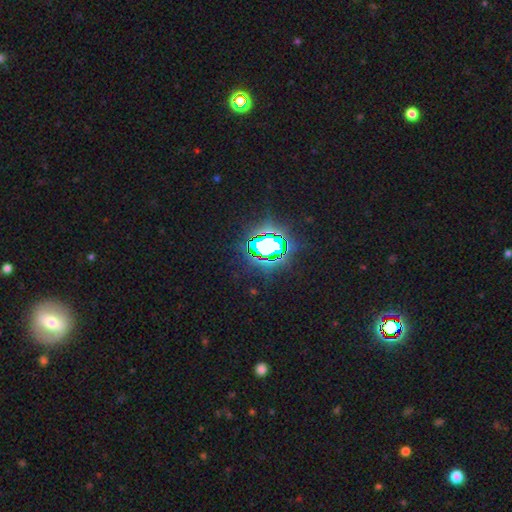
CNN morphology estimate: The model was most divided on "smooth or featured": star or artifact: 79%, smooth: 13%, featured or disk: 9%.